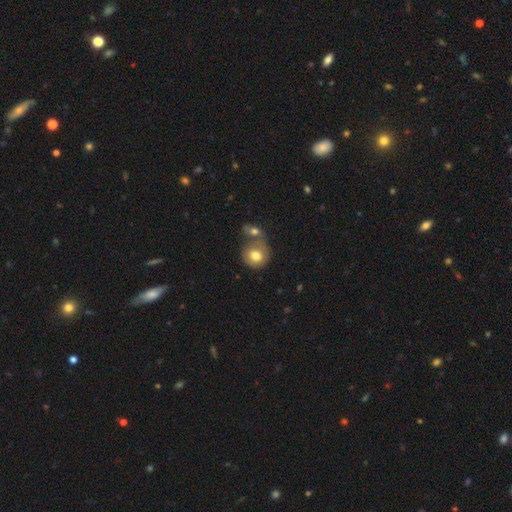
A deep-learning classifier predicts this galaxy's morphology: A smooth galaxy with no disk features (76%) that is round (81%). Merging: merger (46%).